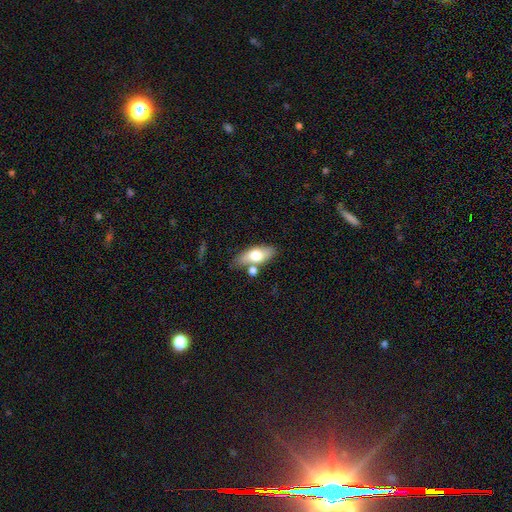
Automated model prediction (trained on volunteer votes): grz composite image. It shows a smooth galaxy with no disk features (66%) that is in between round and cigar-shaped (78%). Merging: none (64%).